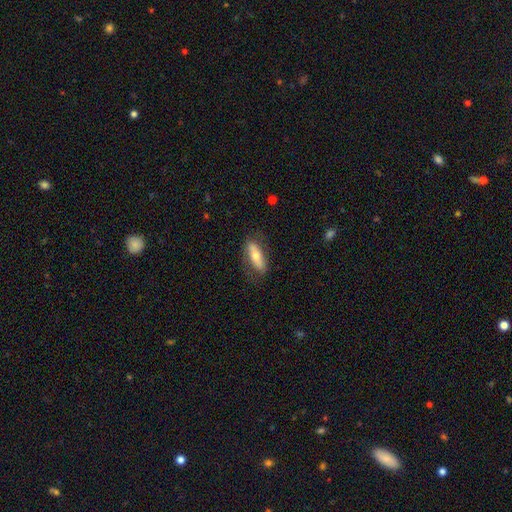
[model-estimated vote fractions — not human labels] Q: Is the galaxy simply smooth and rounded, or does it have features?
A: smooth — 57%.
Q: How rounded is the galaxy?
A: in between — 59%.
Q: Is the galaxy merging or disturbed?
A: none — 74%.